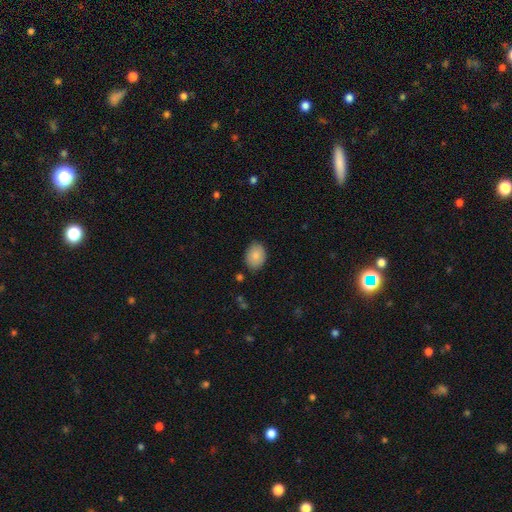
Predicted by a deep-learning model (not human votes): Smooth or featured?
  - smooth: 85% *
  - featured or disk: 7%
  - star or artifact: 7%
How rounded?
  - in between: 70% *
  - round: 29%
  - cigar-shaped: 1%
Merging?
  - none: 83% *
  - minor disturbance: 13%
  - major disturbance: 3%
  - merger: 2%